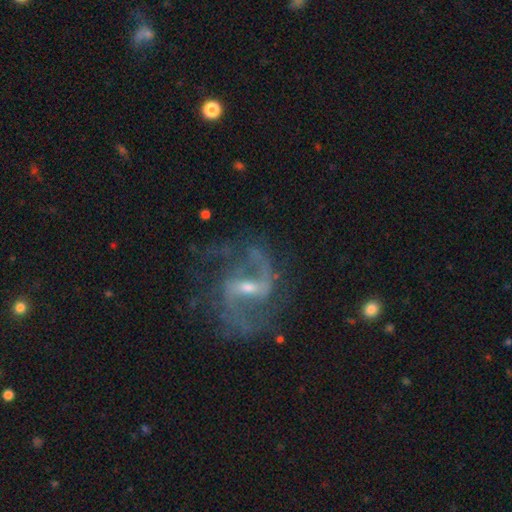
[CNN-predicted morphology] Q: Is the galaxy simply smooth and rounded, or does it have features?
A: featured or disk — 90%.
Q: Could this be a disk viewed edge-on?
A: no — 97%.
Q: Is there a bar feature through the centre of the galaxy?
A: weak — 48%.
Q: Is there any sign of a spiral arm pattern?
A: yes — 97%.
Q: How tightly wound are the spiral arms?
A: medium — 52%.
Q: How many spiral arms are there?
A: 2 — 87%.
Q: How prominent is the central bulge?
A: small — 55%.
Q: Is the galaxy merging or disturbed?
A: none — 69%.